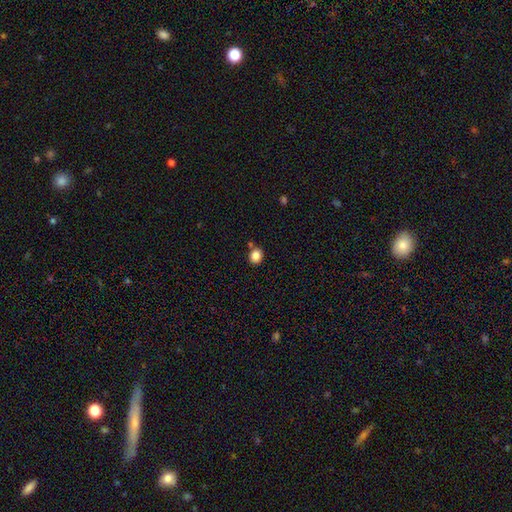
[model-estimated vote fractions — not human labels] Smooth or featured?
  - smooth: 85% *
  - star or artifact: 10%
  - featured or disk: 4%
How rounded?
  - round: 70% *
  - in between: 29%
  - cigar-shaped: 1%
Merging?
  - none: 78% *
  - minor disturbance: 10%
  - merger: 10%
  - major disturbance: 3%